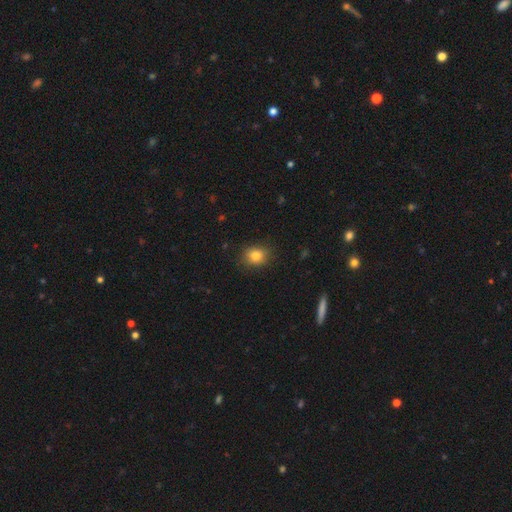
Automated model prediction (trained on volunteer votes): smooth_or_featured: smooth (p=0.83) [alt: star or artifact p=0.11]
how_rounded: round (p=0.65) [alt: in between p=0.34]
merging: none (p=0.85) [alt: minor disturbance p=0.11]